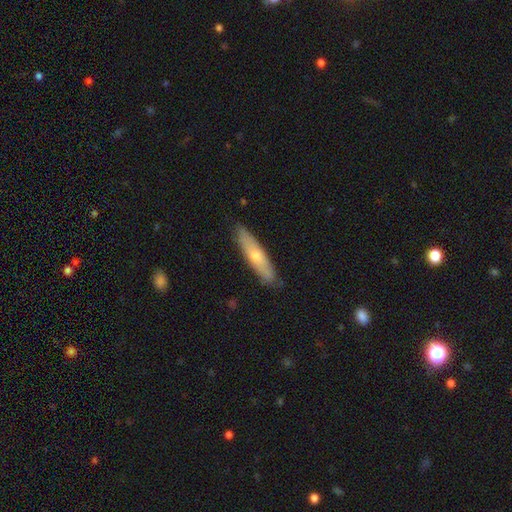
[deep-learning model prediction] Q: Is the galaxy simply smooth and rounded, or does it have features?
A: smooth — 54%.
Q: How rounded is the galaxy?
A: cigar-shaped — 81%.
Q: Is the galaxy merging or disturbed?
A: none — 85%.